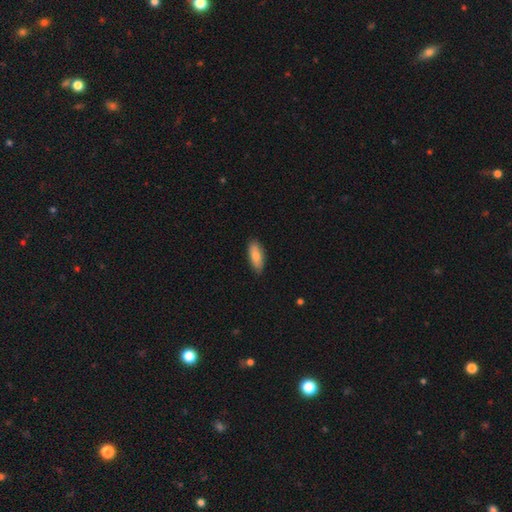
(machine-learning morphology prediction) Smooth or featured? smooth (81%)
How rounded? in between (74%)
Merging? none (84%)